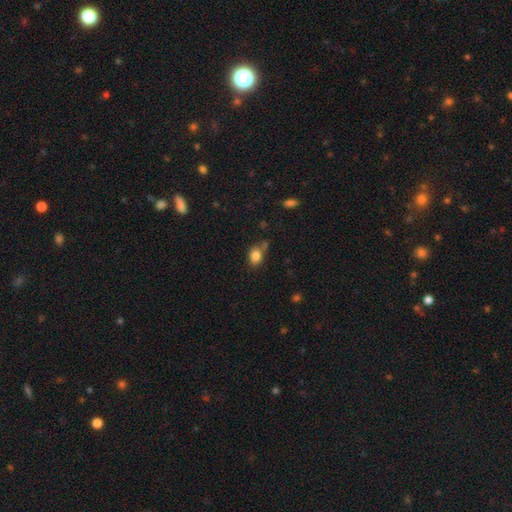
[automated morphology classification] type=smooth (83%); roundness=in between (66%); merging=none (62%).